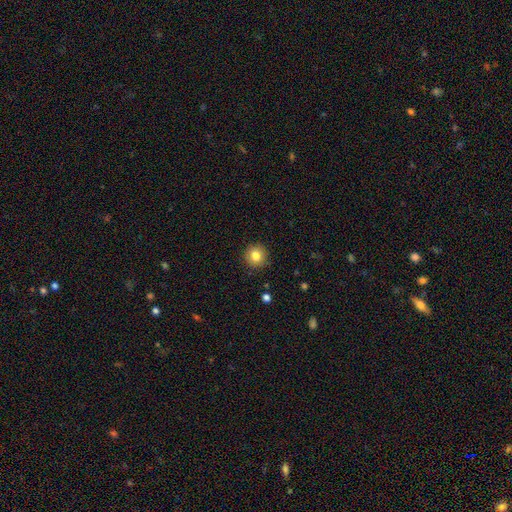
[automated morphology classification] smooth-or-featured: smooth: 82% | star or artifact: 10% | featured or disk: 8%
  how-rounded: round: 94% | in between: 5% | cigar-shaped: 1%
  merging: none: 91% | minor disturbance: 6% | major disturbance: 2% | merger: 1%